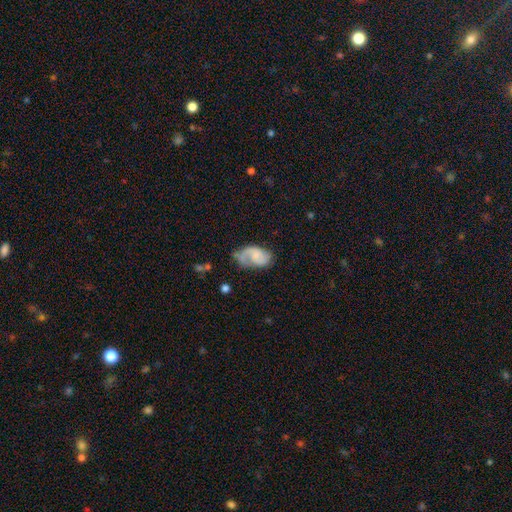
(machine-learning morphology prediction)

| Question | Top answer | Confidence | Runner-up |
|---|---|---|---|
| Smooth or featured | featured or disk | 61% | smooth (32%) |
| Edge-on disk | no | 97% | yes (3%) |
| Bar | no | 61% | weak (33%) |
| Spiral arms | yes | 90% | no (10%) |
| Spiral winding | medium | 41% | loose (34%) |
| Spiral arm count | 2 | 57% | 1 (33%) |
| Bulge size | none | 40% | small (36%) |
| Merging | none | 47% | minor disturbance (29%) |